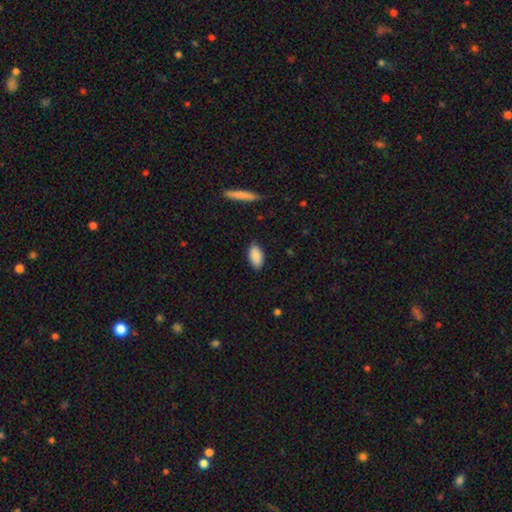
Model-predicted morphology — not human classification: smooth 90%, star or artifact 6%, featured or disk 4%. Down the decision tree: how rounded — in between (93%); merging — none (86%).